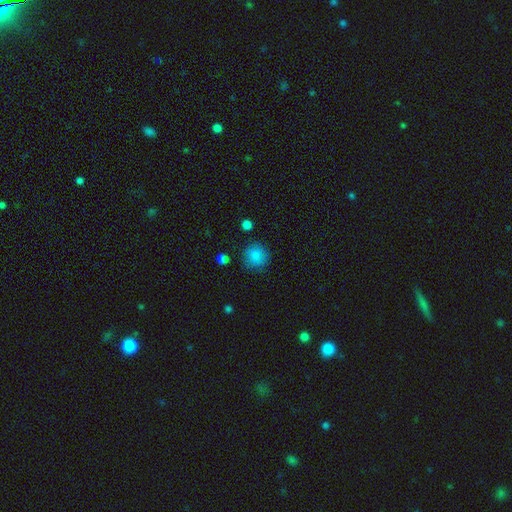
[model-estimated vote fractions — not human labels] smooth 87%, star or artifact 9%, featured or disk 4%. Down the decision tree: how rounded — round (90%); merging — none (82%).